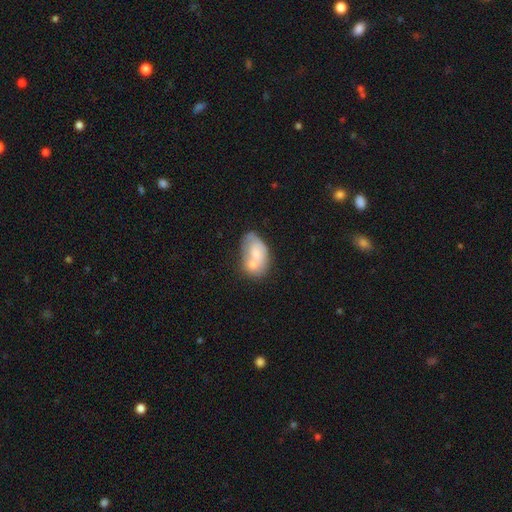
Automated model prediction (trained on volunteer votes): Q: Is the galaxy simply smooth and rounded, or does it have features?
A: smooth — 61%.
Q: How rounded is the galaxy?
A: in between — 89%.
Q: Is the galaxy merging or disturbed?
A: merger — 47%.